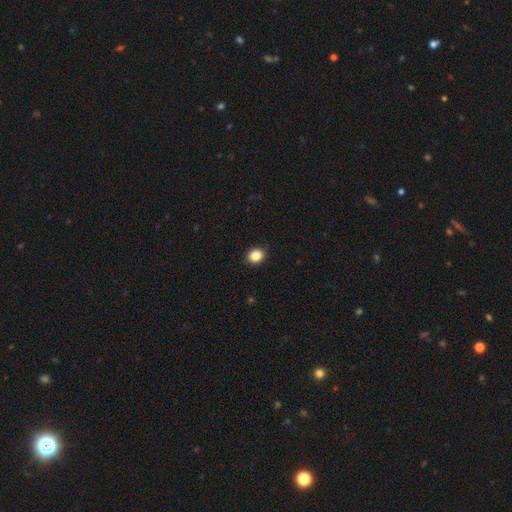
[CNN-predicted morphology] This appears to be a smooth galaxy with no disk features (87%) that is round (63%). Merging: none (90%).